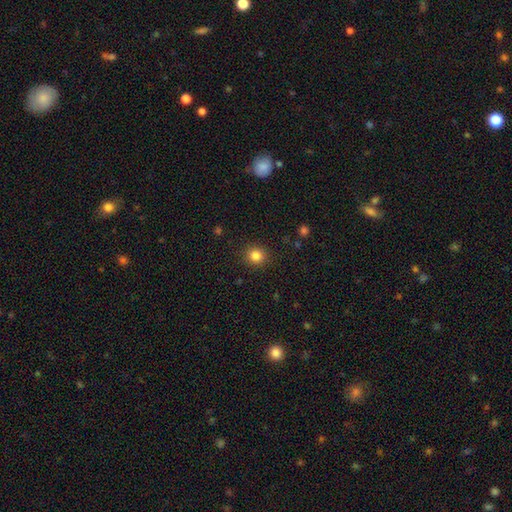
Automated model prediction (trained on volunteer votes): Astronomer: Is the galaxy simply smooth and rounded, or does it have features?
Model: smooth — 83%.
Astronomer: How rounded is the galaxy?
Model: round — 88%.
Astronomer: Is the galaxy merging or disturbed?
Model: none — 90%.